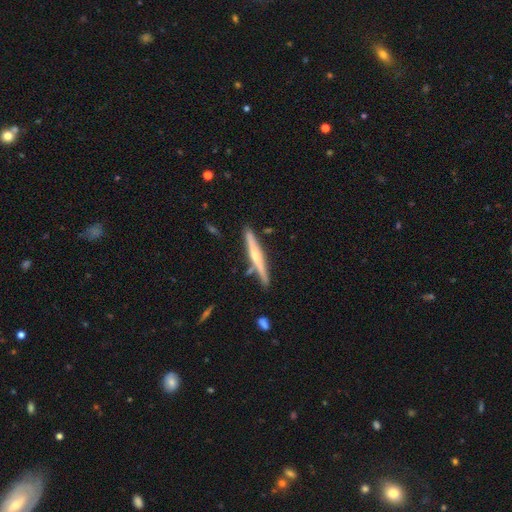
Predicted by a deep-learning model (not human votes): A featured or disk galaxy (65%) viewed edge-on (97%) with a rounded central bulge (72%). Merging: none (82%).